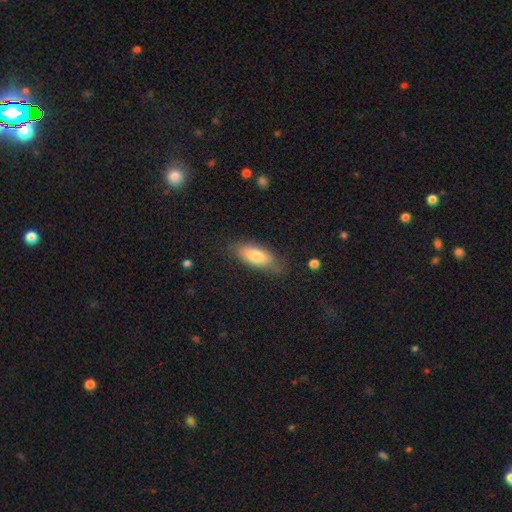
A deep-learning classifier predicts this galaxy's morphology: Overall: smooth (76%). How rounded: in between (80%). Merging: none (76%).